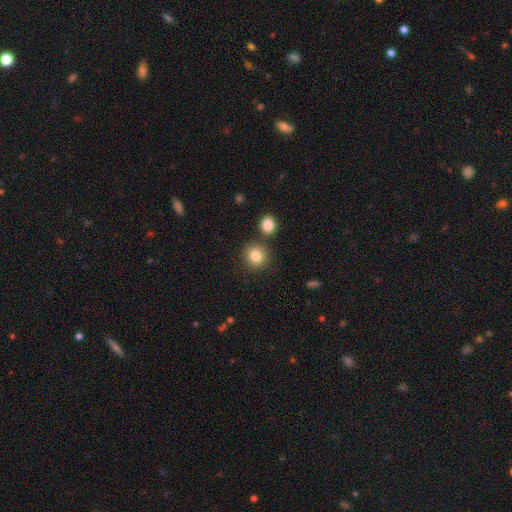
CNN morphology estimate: smooth-or-featured: smooth: 83% | star or artifact: 10% | featured or disk: 6%
  how-rounded: round: 89% | in between: 10% | cigar-shaped: 1%
  merging: none: 80% | merger: 9% | minor disturbance: 8% | major disturbance: 3%